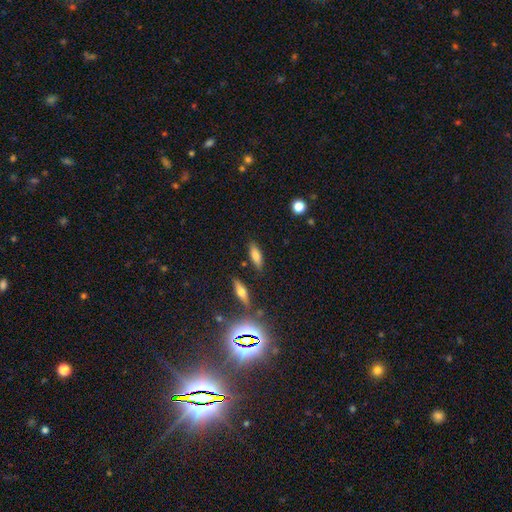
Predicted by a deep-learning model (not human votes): The model was most divided on "how rounded": in between: 58%, cigar-shaped: 39%, round: 3%. More confident: merging — none (81%); smooth or featured — smooth (75%).